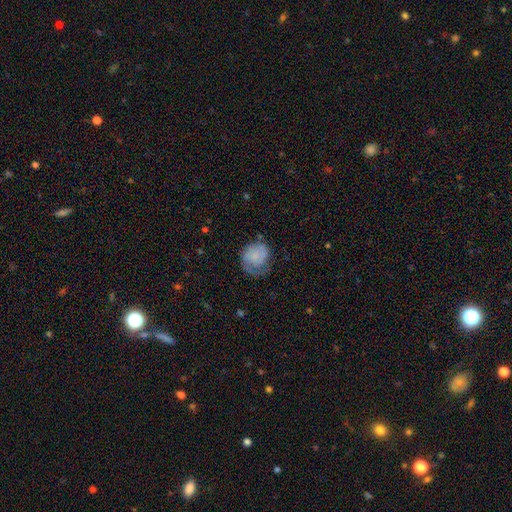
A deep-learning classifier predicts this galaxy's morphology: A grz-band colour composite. It shows a smooth galaxy with no disk features (50%). Merging: none (43%).